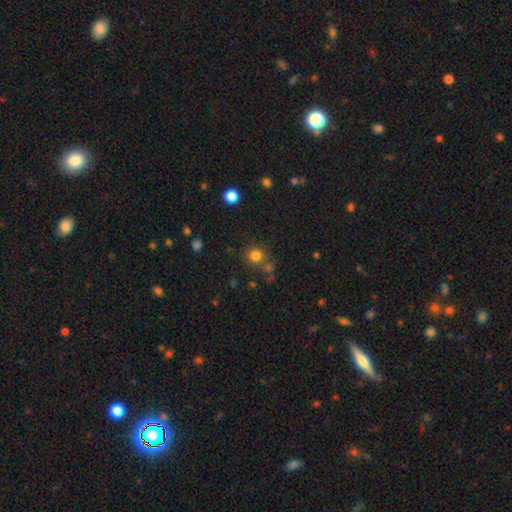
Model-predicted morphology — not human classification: This appears to be a smooth galaxy with no disk features (78%) that is round (89%). Merging: none (71%).